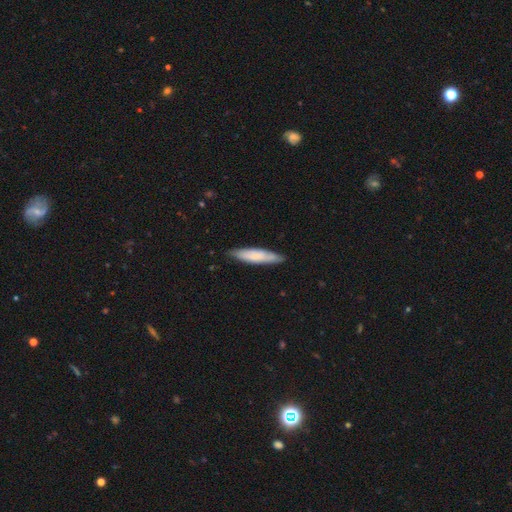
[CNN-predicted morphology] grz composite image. It shows a smooth galaxy with no disk features (73%) that is cigar-shaped (80%). Merging: none (83%).